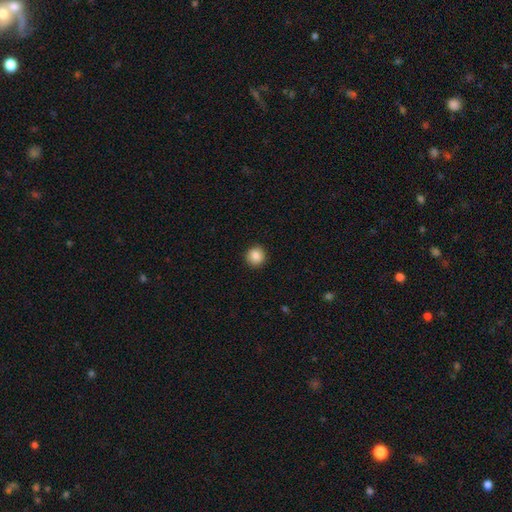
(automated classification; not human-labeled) A smooth galaxy with no disk features (87%) that is round (93%).

Vote fractions:
- Smooth or featured? smooth: 87% / star or artifact: 9% / featured or disk: 5%
- How rounded? round: 93% / in between: 6% / cigar-shaped: 1%
- Merging? none: 92% / minor disturbance: 5% / major disturbance: 2% / merger: 1%